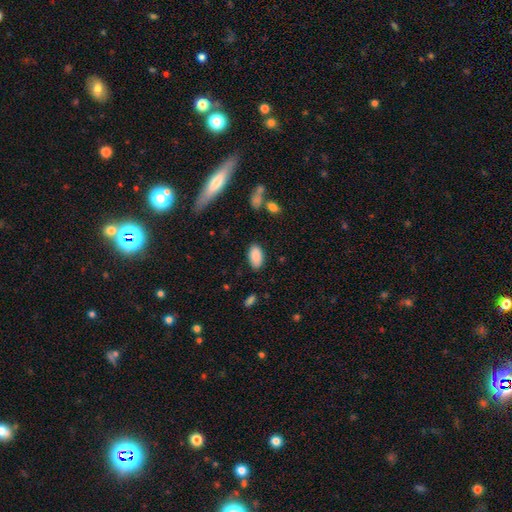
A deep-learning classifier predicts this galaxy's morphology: smooth 88%, star or artifact 7%, featured or disk 5%. Down the decision tree: how rounded — in between (94%); merging — none (84%).